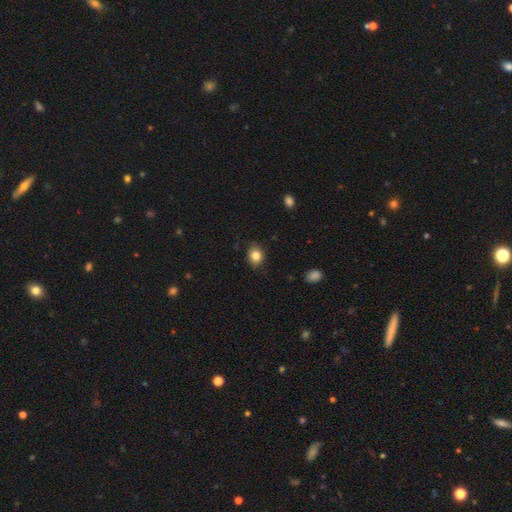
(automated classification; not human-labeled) Smooth or featured? smooth (83%)
How rounded? round (53%)
Merging? none (84%)